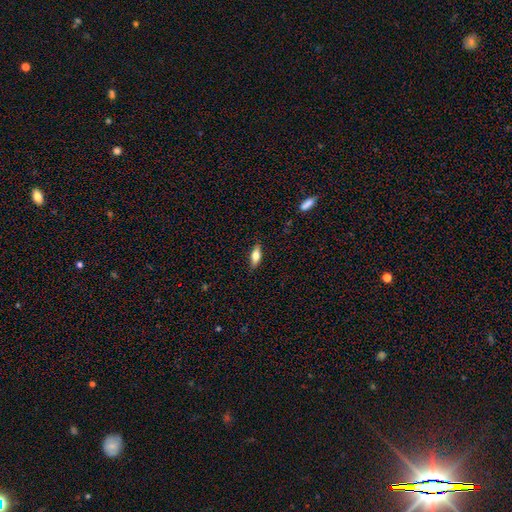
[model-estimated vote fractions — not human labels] Smooth or featured? smooth (67%)
How rounded? in between (71%)
Merging? none (86%)